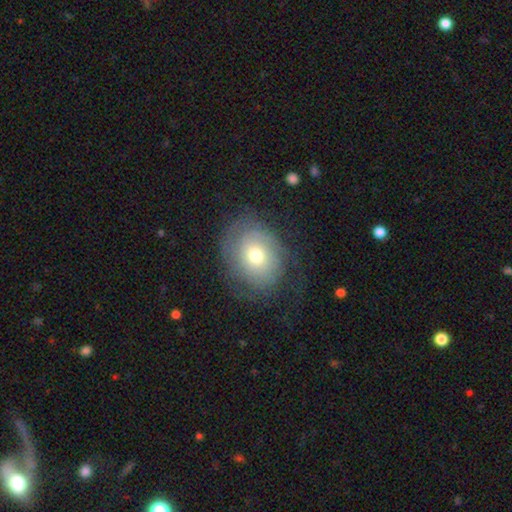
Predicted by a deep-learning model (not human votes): smooth_or_featured: smooth (p=0.48) [alt: featured or disk p=0.42]
merging: none (p=0.65) [alt: minor disturbance p=0.20]